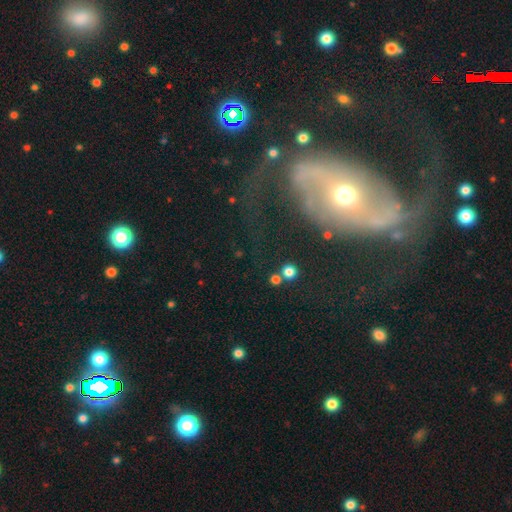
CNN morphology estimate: Q: Smooth or featured?
A: featured or disk (83%); runner-up: smooth (9%)
Q: Edge-on disk?
A: no (95%); runner-up: yes (5%)
Q: Bar?
A: no (47%); runner-up: weak (28%)
Q: Spiral arms?
A: yes (89%); runner-up: no (11%)
Q: Spiral winding?
A: medium (42%); runner-up: loose (39%)
Q: Spiral arm count?
A: 2 (89%); runner-up: can't tell (4%)
Q: Bulge size?
A: moderate (60%); runner-up: small (33%)
Q: Merging?
A: none (64%); runner-up: major disturbance (18%)